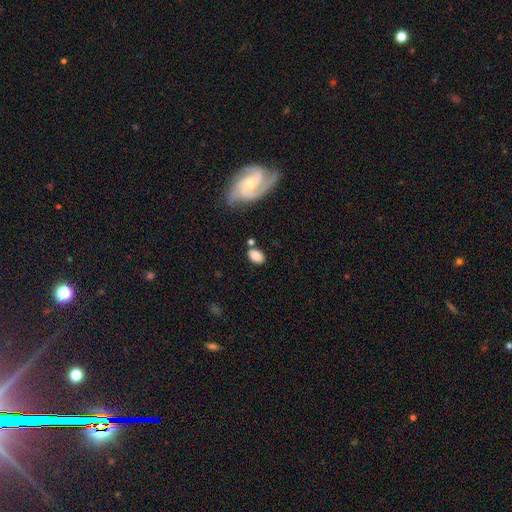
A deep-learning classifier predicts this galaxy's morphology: smooth-or-featured: smooth: 81% | featured or disk: 11% | star or artifact: 8%
  how-rounded: in between: 86% | round: 12% | cigar-shaped: 2%
  merging: none: 68% | minor disturbance: 18% | merger: 9% | major disturbance: 6%